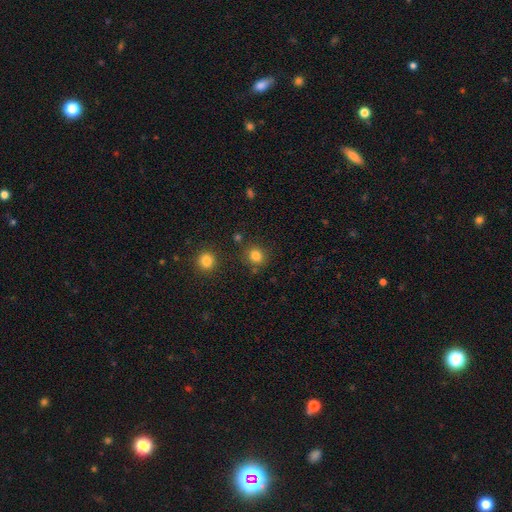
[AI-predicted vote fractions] smooth_or_featured: smooth (p=0.82) [alt: star or artifact p=0.13]
how_rounded: round (p=0.86) [alt: in between p=0.13]
merging: none (p=0.82) [alt: minor disturbance p=0.09]